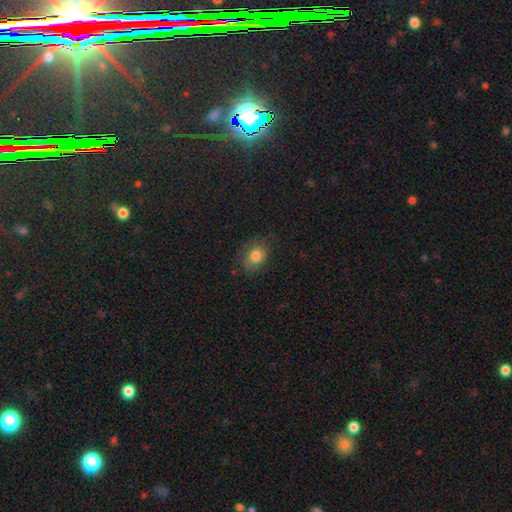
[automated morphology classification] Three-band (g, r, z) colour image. It shows a smooth galaxy with no disk features (78%) that is in between round and cigar-shaped (60%). Merging: none (71%).